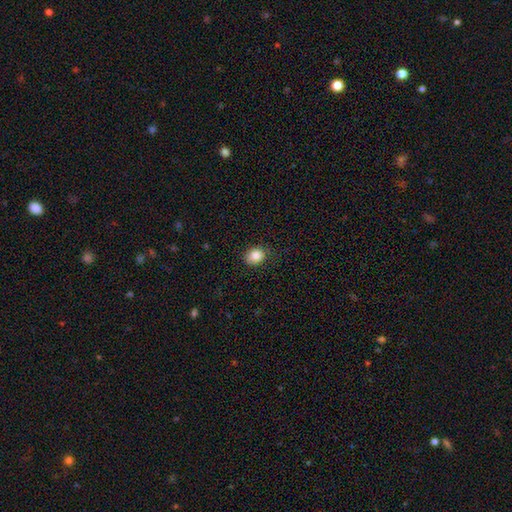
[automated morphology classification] Smooth or featured: smooth — 86% (star or artifact — 9%)
How rounded: round — 54% (in between — 45%)
Merging: none — 80% (minor disturbance — 15%)